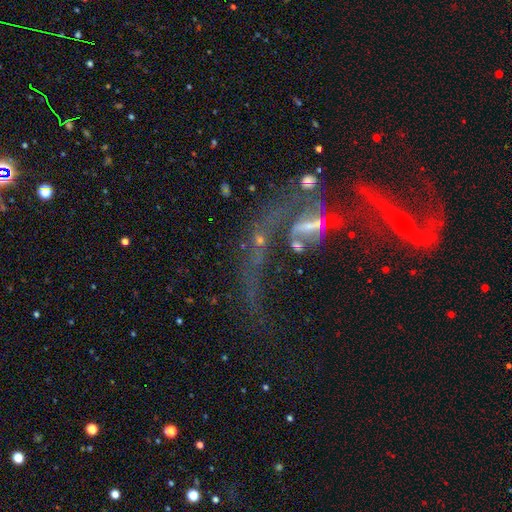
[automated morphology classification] Smooth or featured?
  - featured or disk: 65% *
  - star or artifact: 21%
  - smooth: 14%
Edge-on disk?
  - no: 89% *
  - yes: 11%
Bar?
  - no: 51% *
  - weak: 29%
  - strong: 21%
Spiral arms?
  - yes: 60% *
  - no: 40%
Bulge size?
  - small: 39% *
  - none: 28%
  - moderate: 26%
  - large: 4%
  - dominant: 3%
Merging?
  - merger: 45% *
  - major disturbance: 29%
  - none: 18%
  - minor disturbance: 8%